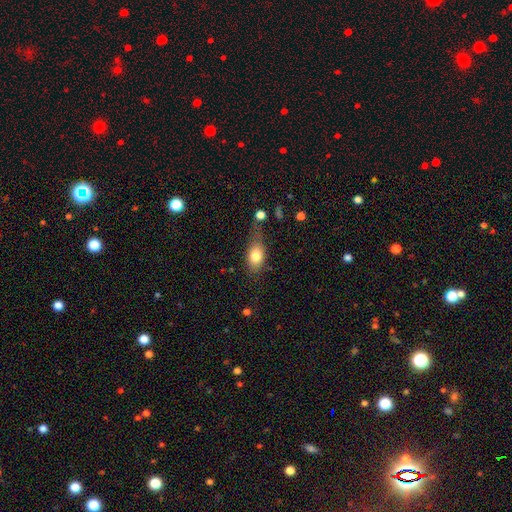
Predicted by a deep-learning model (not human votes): The model was most divided on "merging": none: 53%, minor disturbance: 27%, major disturbance: 13%, merger: 8%. More confident: how rounded — in between (81%); smooth or featured — smooth (79%).